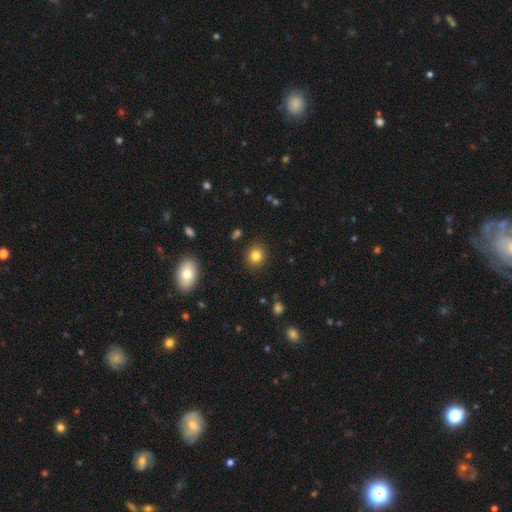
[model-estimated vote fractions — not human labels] smooth_or_featured: smooth (p=0.82) [alt: star or artifact p=0.11]
how_rounded: round (p=0.81) [alt: in between p=0.18]
merging: none (p=0.89) [alt: minor disturbance p=0.07]